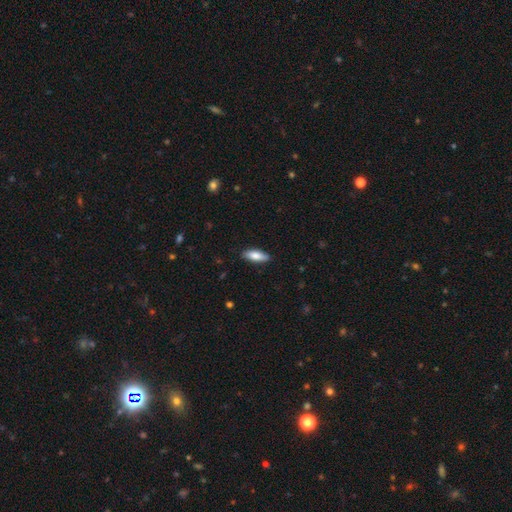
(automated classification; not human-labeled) smooth-or-featured: smooth: 78% | featured or disk: 16% | star or artifact: 6%
  how-rounded: in between: 68% | cigar-shaped: 30% | round: 2%
  merging: none: 87% | minor disturbance: 10% | major disturbance: 2% | merger: 1%